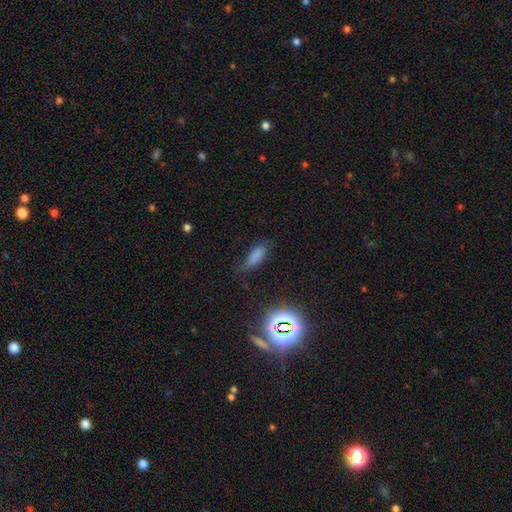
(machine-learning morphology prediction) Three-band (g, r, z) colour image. It shows a smooth galaxy with no disk features (76%) that is in between round and cigar-shaped (69%). Merging: none (67%).